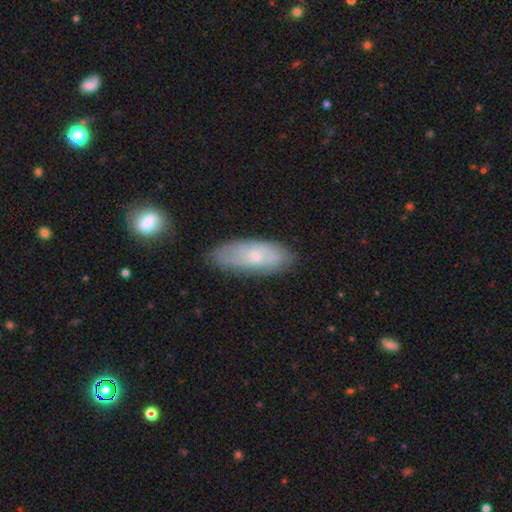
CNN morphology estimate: This appears to be a smooth galaxy with no disk features (48%). Merging: none (73%).